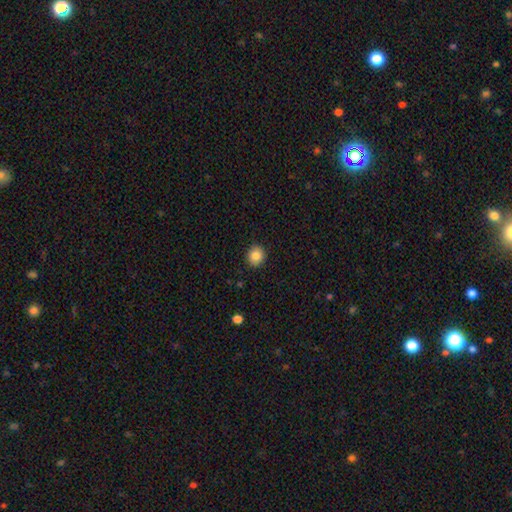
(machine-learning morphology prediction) Smooth or featured?
  - smooth: 85% *
  - star or artifact: 9%
  - featured or disk: 6%
How rounded?
  - round: 86% *
  - in between: 13%
  - cigar-shaped: 1%
Merging?
  - none: 91% *
  - minor disturbance: 6%
  - major disturbance: 2%
  - merger: 1%